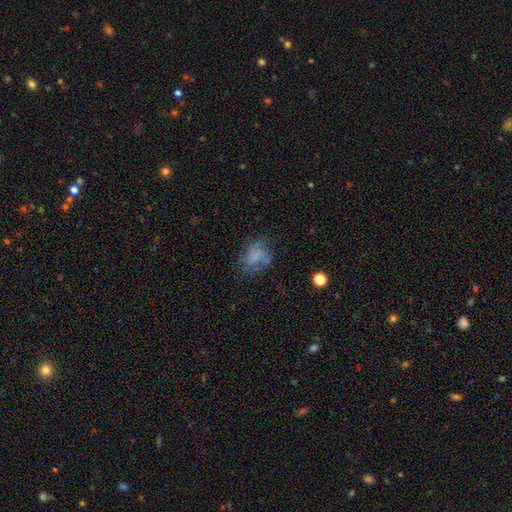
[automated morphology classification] smooth_or_featured: featured or disk (p=0.45) [alt: smooth p=0.42]
merging: none (p=0.52) [alt: minor disturbance p=0.23]